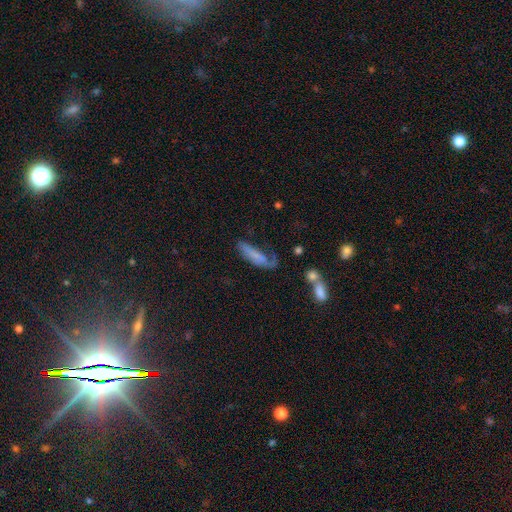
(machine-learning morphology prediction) This appears to be a smooth galaxy with no disk features (61%) that is cigar-shaped (60%). Merging: none (33%).